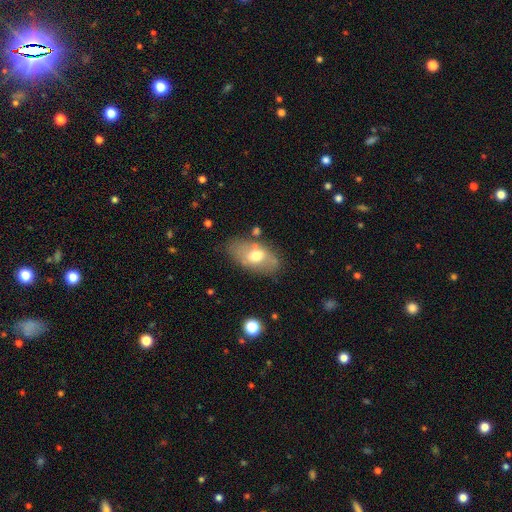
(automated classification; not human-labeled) Smooth or featured?
  - smooth: 60% *
  - featured or disk: 33%
  - star or artifact: 7%
How rounded?
  - in between: 91% *
  - round: 7%
  - cigar-shaped: 2%
Merging?
  - none: 71% *
  - minor disturbance: 18%
  - major disturbance: 6%
  - merger: 5%